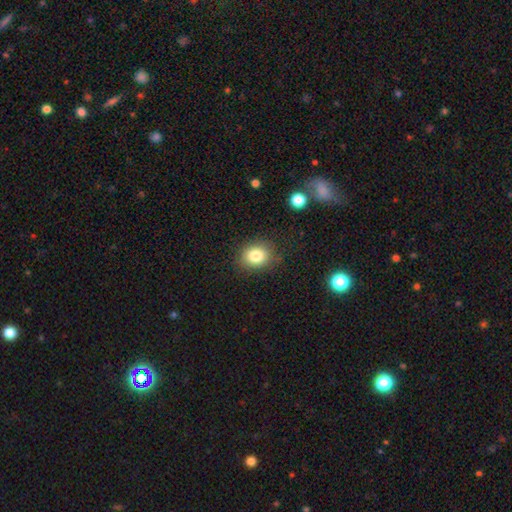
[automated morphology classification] Q: Smooth or featured?
A: smooth (82%); runner-up: star or artifact (11%)
Q: How rounded?
A: round (56%); runner-up: in between (43%)
Q: Merging?
A: none (81%); runner-up: minor disturbance (13%)